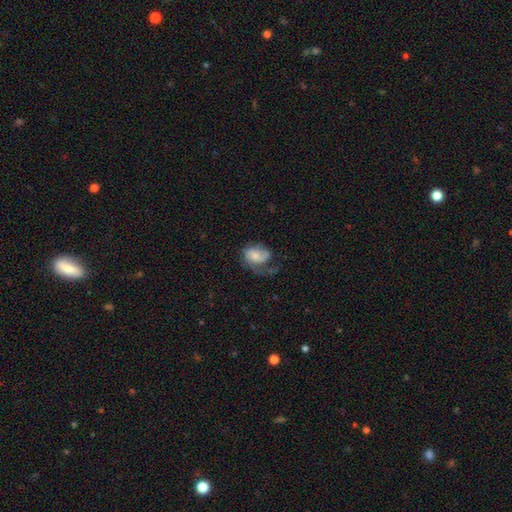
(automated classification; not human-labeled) Overall: featured or disk (48%; smooth 45%). Merging: major disturbance (40%; none 31%).